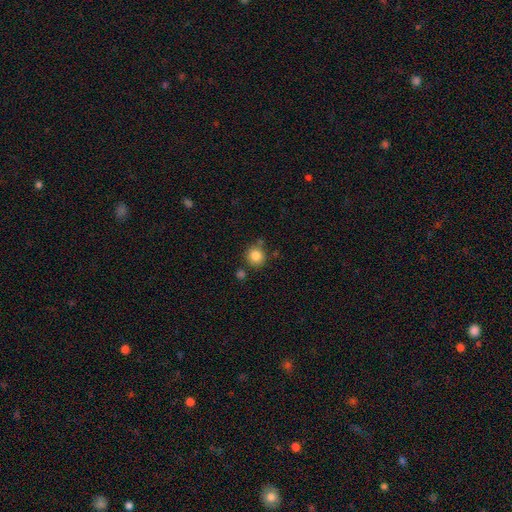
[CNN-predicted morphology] smooth_or_featured: smooth (p=0.85) [alt: star or artifact p=0.10]
how_rounded: round (p=0.86) [alt: in between p=0.13]
merging: none (p=0.75) [alt: minor disturbance p=0.13]